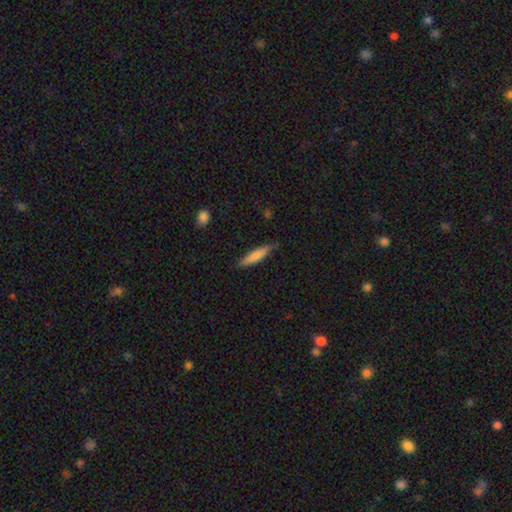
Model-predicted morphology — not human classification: A smooth galaxy with no disk features (77%) that is cigar-shaped (85%). Merging: none (82%).